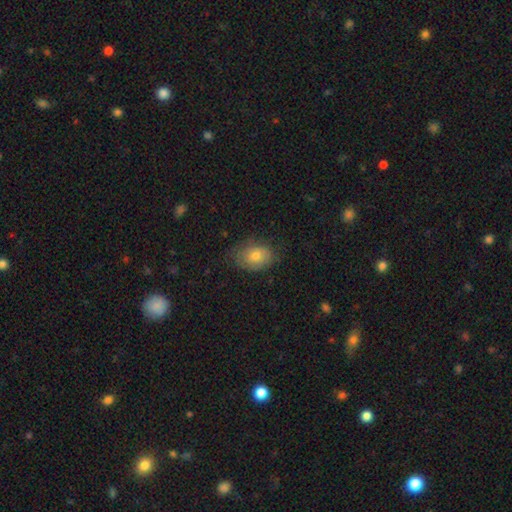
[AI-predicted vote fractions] smooth-or-featured: smooth: 71% | featured or disk: 20% | star or artifact: 9%
  how-rounded: in between: 77% | round: 22% | cigar-shaped: 1%
  merging: none: 67% | minor disturbance: 24% | major disturbance: 7% | merger: 1%